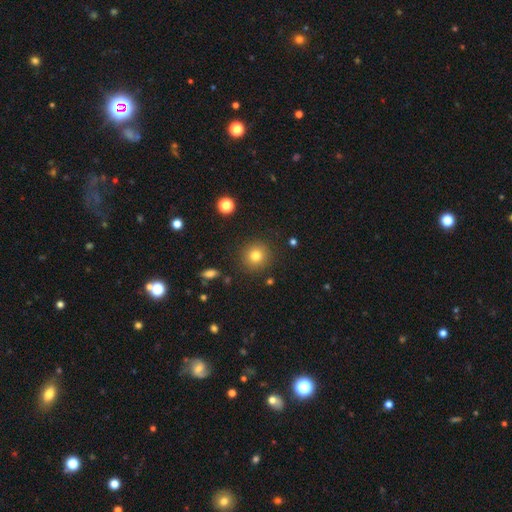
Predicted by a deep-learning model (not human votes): Smooth or featured?
  - smooth: 80% *
  - star or artifact: 12%
  - featured or disk: 8%
How rounded?
  - round: 92% *
  - in between: 8%
  - cigar-shaped: 1%
Merging?
  - none: 89% *
  - minor disturbance: 7%
  - major disturbance: 3%
  - merger: 2%